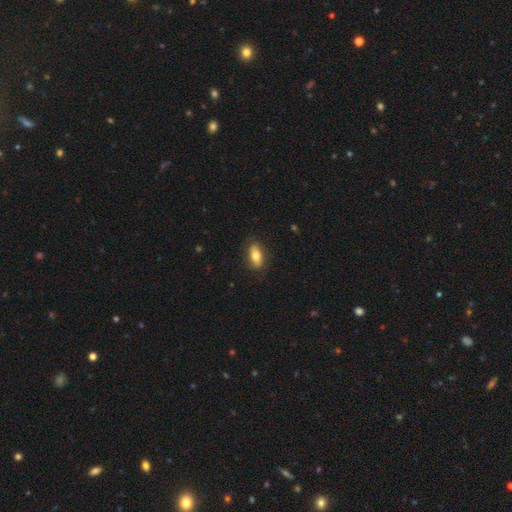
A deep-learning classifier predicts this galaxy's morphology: Q: Smooth or featured?
A: smooth (76%); runner-up: featured or disk (17%)
Q: How rounded?
A: in between (83%); runner-up: cigar-shaped (12%)
Q: Merging?
A: none (84%); runner-up: minor disturbance (12%)